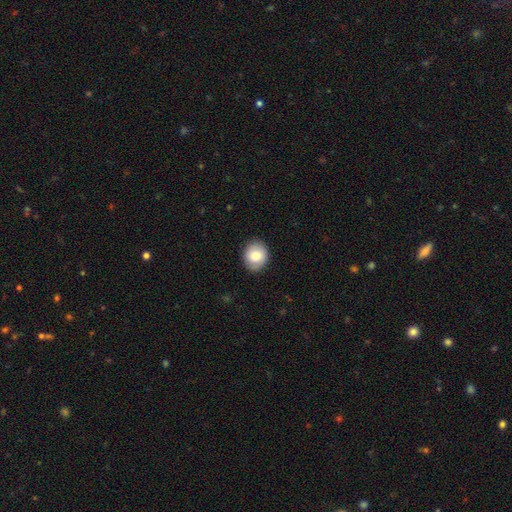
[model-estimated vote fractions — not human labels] This appears to be a smooth galaxy with no disk features (77%) that is round (70%). Merging: none (86%).